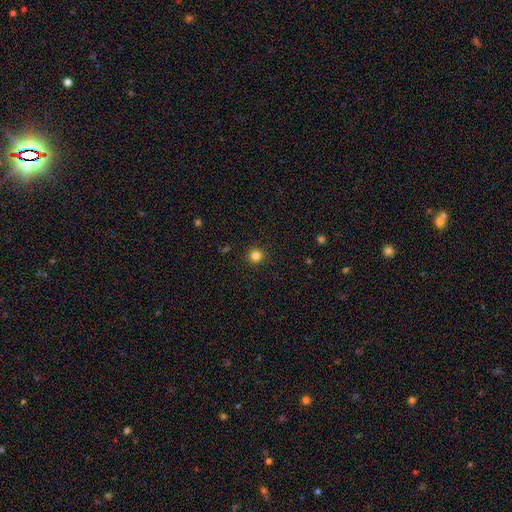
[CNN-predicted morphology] Smooth or featured: smooth — 83% (star or artifact — 13%)
How rounded: round — 95% (in between — 4%)
Merging: none — 92% (minor disturbance — 5%)